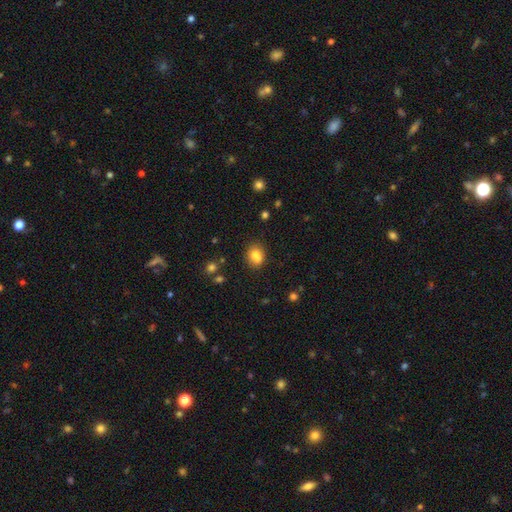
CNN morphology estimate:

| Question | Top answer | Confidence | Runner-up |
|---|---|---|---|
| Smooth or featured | smooth | 79% | star or artifact (11%) |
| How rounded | round | 53% | in between (46%) |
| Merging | none | 60% | merger (21%) |